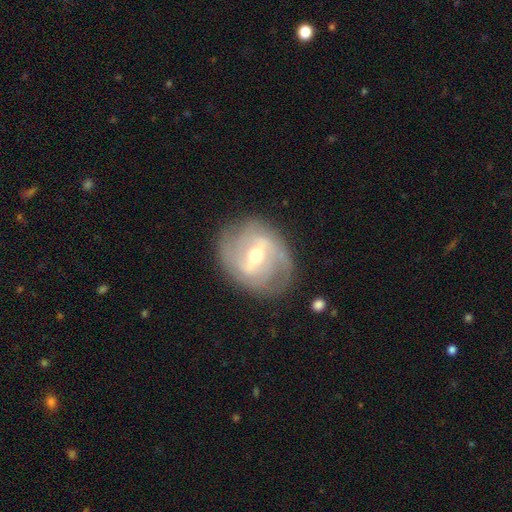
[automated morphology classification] A featured or disk galaxy (80%) with a strong bar (49%), 2 (51%) tight (44%) spiral arms (81%) and a moderate central bulge (66%).

Vote fractions:
- Smooth or featured? featured or disk: 80% / smooth: 14% / star or artifact: 6%
- Edge-on disk? no: 95% / yes: 5%
- Bar? strong: 49% / weak: 41% / no: 10%
- Spiral arms? yes: 81% / no: 19%
- Spiral winding? tight: 44% / medium: 37% / loose: 18%
- Spiral arm count? 2: 51% / can't tell: 27% / 3: 12% / 4: 4% / 1: 4% / more than 4: 3%
- Bulge size? moderate: 66% / small: 27% / large: 5% / none: 1% / dominant: 1%
- Merging? none: 78% / minor disturbance: 15% / major disturbance: 6% / merger: 1%